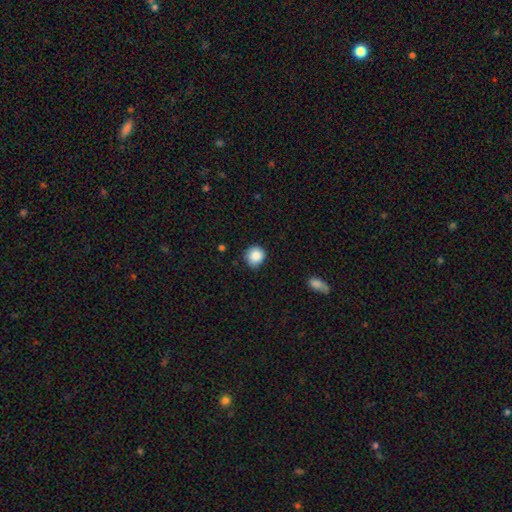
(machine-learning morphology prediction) This appears to be a smooth galaxy with no disk features (88%) that is round (90%). Merging: none (80%).